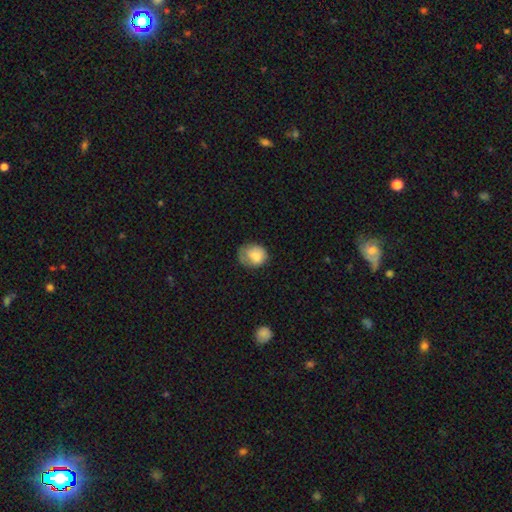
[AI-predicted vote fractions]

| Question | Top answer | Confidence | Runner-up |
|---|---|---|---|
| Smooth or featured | smooth | 80% | featured or disk (13%) |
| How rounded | round | 65% | in between (34%) |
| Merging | none | 47% | minor disturbance (35%) |